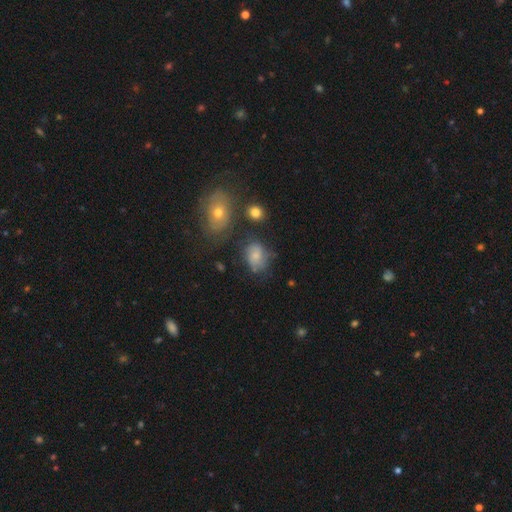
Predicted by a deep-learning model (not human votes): Overall: smooth (64%). How rounded: in between (61%; round 37%). Merging: none (52%; minor disturbance 27%).